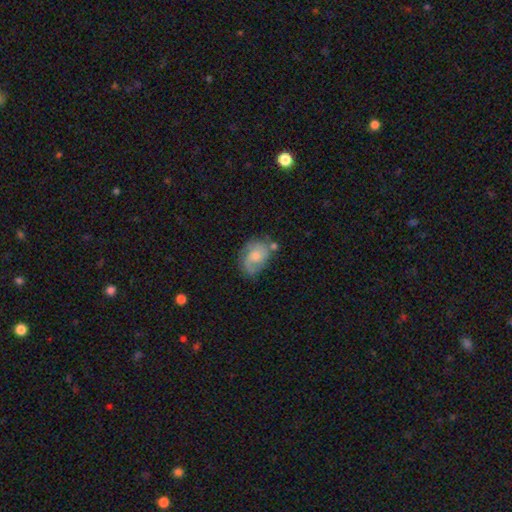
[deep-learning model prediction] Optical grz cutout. It shows a featured or disk galaxy (58%) with no bar (70%), spiral arms (85%) and a moderate central bulge (43%). Merging: none (52%).